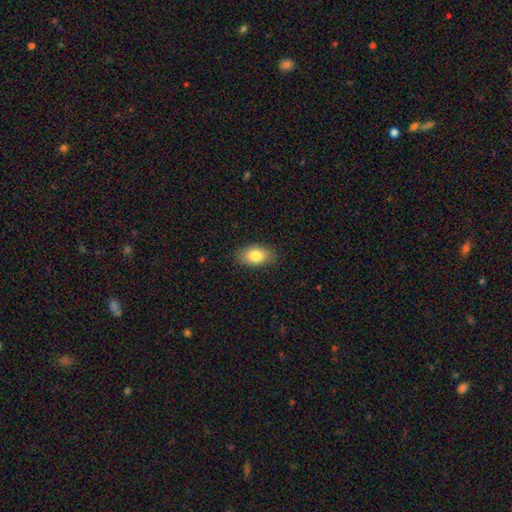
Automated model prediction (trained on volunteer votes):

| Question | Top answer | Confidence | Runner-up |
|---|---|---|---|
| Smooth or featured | smooth | 82% | featured or disk (11%) |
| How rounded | in between | 91% | round (7%) |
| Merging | none | 85% | minor disturbance (11%) |